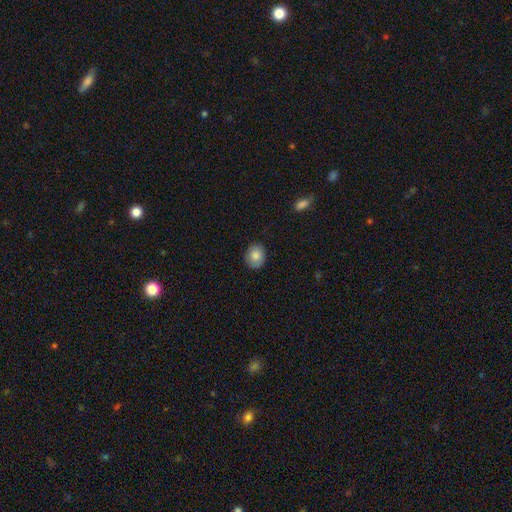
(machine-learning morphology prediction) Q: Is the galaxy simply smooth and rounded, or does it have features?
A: smooth — 82%.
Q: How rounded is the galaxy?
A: round — 60%.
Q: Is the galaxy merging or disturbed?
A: none — 84%.